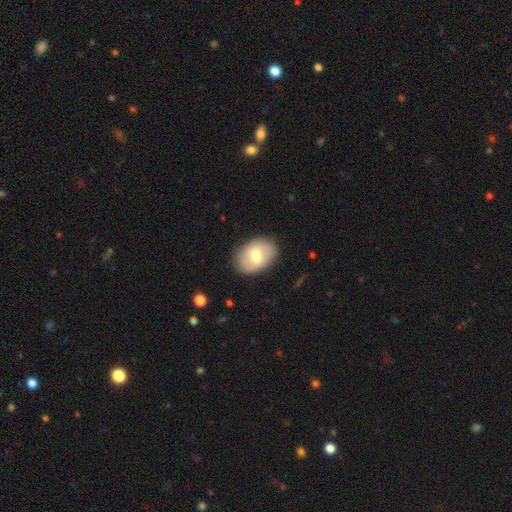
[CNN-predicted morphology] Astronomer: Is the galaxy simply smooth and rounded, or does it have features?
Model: smooth — 62%.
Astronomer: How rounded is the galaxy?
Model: in between — 82%.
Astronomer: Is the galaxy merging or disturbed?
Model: none — 84%.